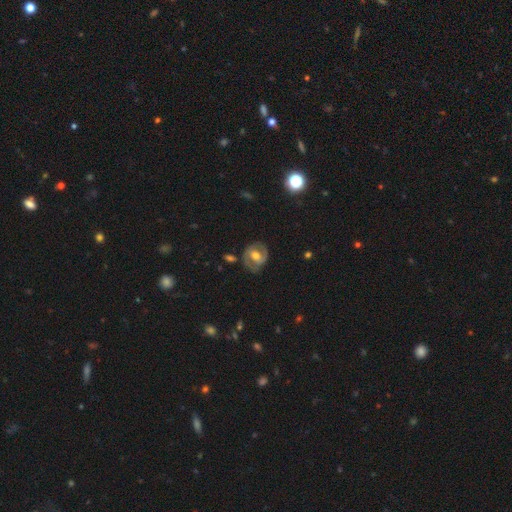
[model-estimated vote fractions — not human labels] Q: Smooth or featured?
A: featured or disk (71%); runner-up: smooth (23%)
Q: Edge-on disk?
A: no (96%); runner-up: yes (4%)
Q: Bar?
A: weak (44%); runner-up: no (30%)
Q: Spiral arms?
A: yes (79%); runner-up: no (21%)
Q: Spiral winding?
A: medium (47%); runner-up: tight (37%)
Q: Spiral arm count?
A: 2 (85%); runner-up: can't tell (9%)
Q: Bulge size?
A: moderate (72%); runner-up: small (16%)
Q: Merging?
A: none (77%); runner-up: minor disturbance (15%)